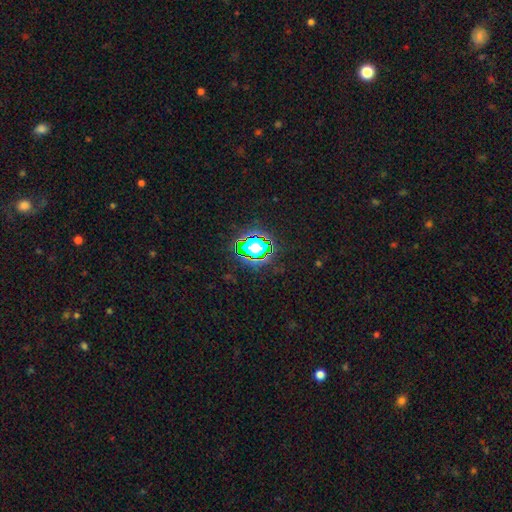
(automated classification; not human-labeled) smooth_or_featured: star or artifact (p=0.60) [alt: smooth p=0.27]